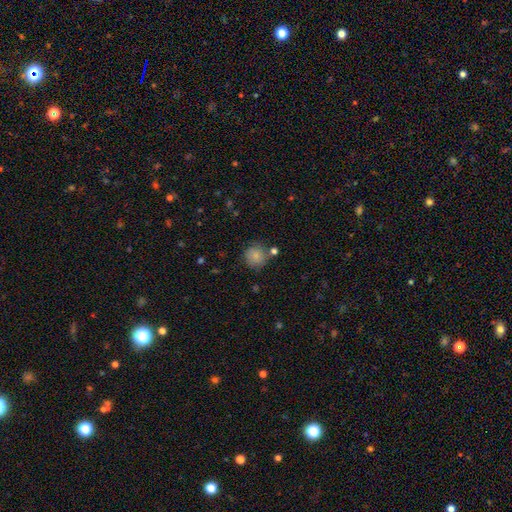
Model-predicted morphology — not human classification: Q: Smooth or featured?
A: smooth (82%); runner-up: featured or disk (9%)
Q: How rounded?
A: round (90%); runner-up: in between (9%)
Q: Merging?
A: none (74%); runner-up: minor disturbance (15%)